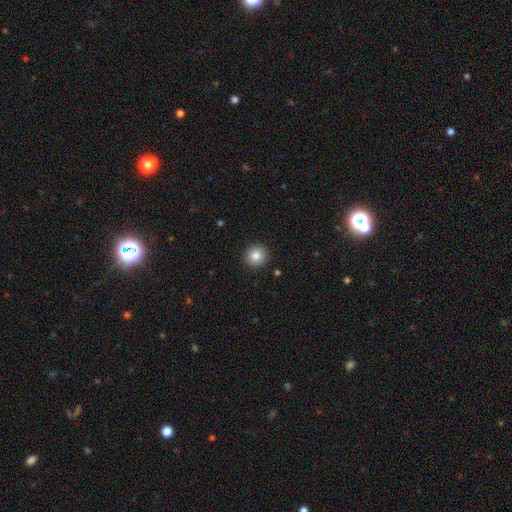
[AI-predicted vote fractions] A smooth galaxy with no disk features (84%) that is round (94%). Merging: none (92%).